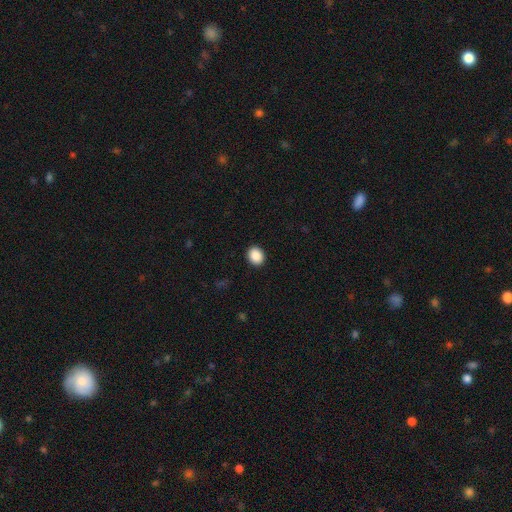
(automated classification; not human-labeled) The model was most divided on "how rounded": round: 55%, in between: 45%, cigar-shaped: 1%. More confident: merging — none (92%); smooth or featured — smooth (90%).